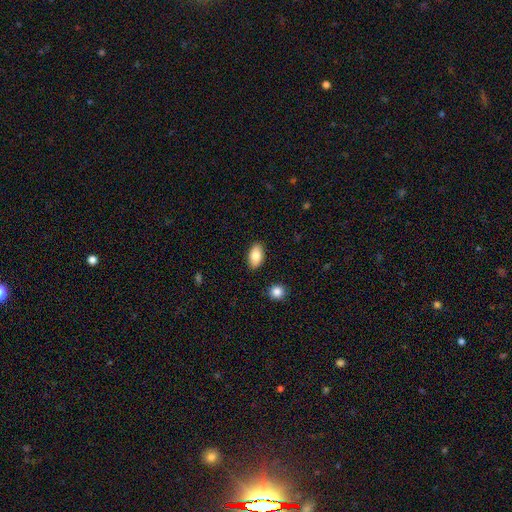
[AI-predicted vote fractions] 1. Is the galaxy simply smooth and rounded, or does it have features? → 83% smooth, 10% featured or disk, 7% star or artifact.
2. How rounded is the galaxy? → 93% in between, 5% round, 3% cigar-shaped.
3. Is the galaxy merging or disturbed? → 88% none, 9% minor disturbance, 2% major disturbance, 2% merger.